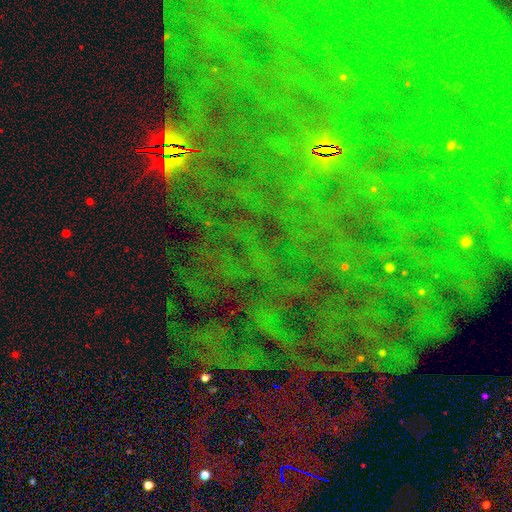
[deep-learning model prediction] The model was most divided on "smooth or featured": star or artifact: 82%, featured or disk: 9%, smooth: 9%.